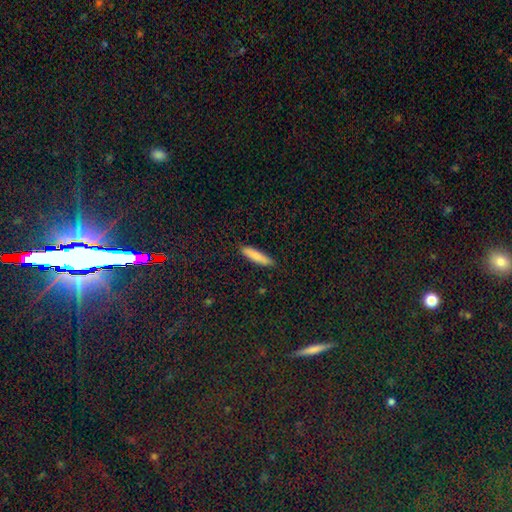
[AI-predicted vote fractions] Smooth or featured?
  - smooth: 84% *
  - featured or disk: 10%
  - star or artifact: 6%
How rounded?
  - cigar-shaped: 83% *
  - in between: 16%
  - round: 1%
Merging?
  - none: 90% *
  - minor disturbance: 8%
  - major disturbance: 2%
  - merger: 1%